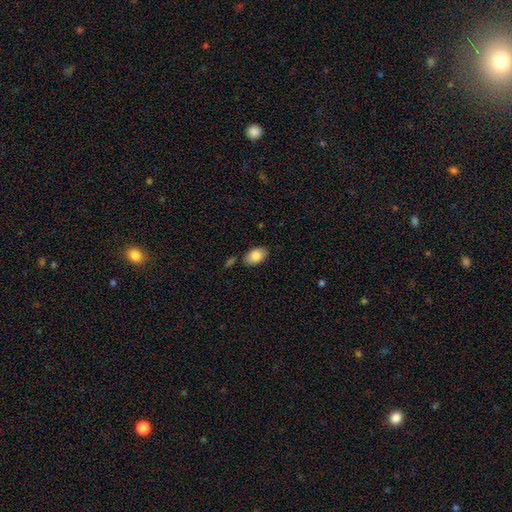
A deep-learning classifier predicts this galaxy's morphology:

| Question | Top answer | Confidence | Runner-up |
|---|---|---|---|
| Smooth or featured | smooth | 84% | featured or disk (9%) |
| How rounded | in between | 90% | round (9%) |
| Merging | none | 79% | minor disturbance (13%) |